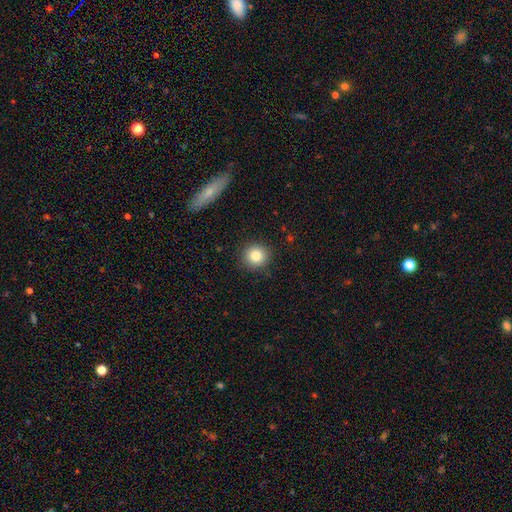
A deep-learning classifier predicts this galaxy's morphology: Smooth or featured? smooth (83%)
How rounded? round (91%)
Merging? none (90%)